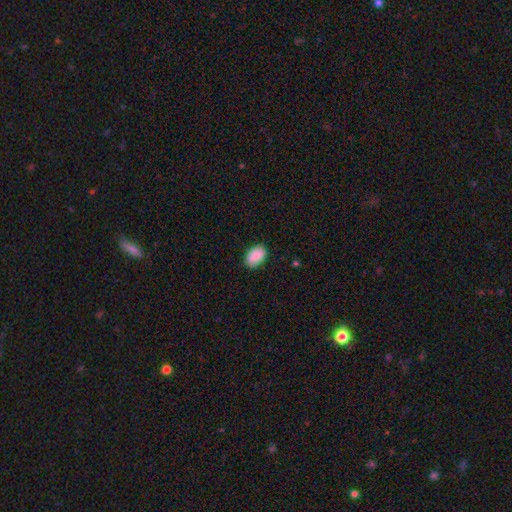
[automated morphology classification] This appears to be a smooth galaxy with no disk features (90%) that is in between round and cigar-shaped (91%). Merging: none (87%).